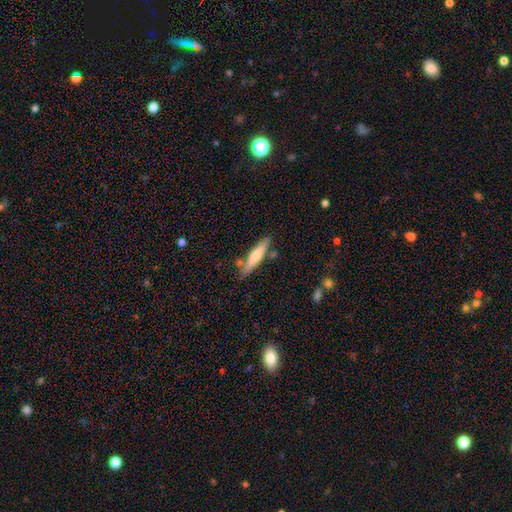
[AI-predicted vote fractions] This appears to be a smooth galaxy with no disk features (62%) that is cigar-shaped (85%). Merging: none (77%).